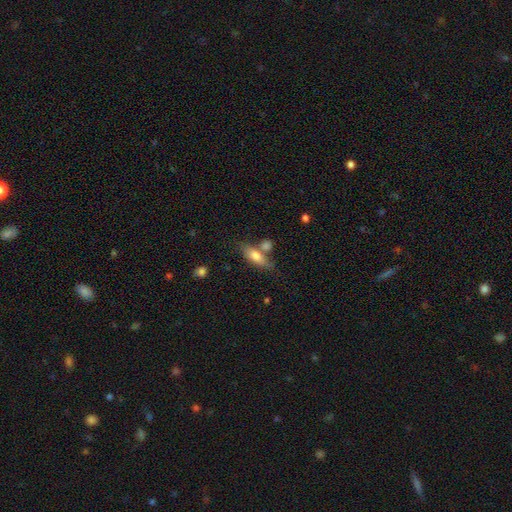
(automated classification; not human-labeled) Smooth or featured? smooth (69%)
How rounded? in between (65%)
Merging? none (54%)